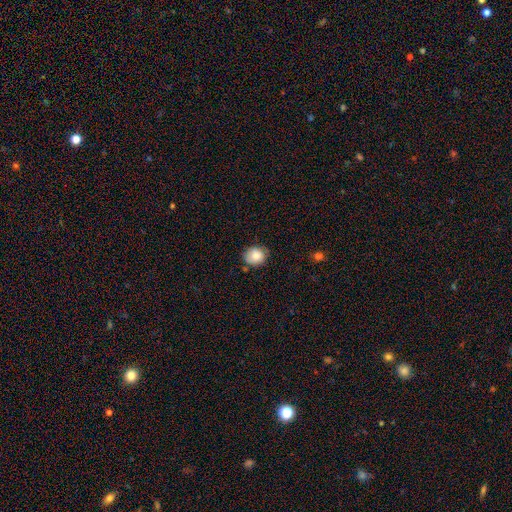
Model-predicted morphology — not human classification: Smooth or featured?
  - smooth: 83% *
  - featured or disk: 9%
  - star or artifact: 8%
How rounded?
  - round: 72% *
  - in between: 27%
  - cigar-shaped: 1%
Merging?
  - none: 73% *
  - minor disturbance: 20%
  - major disturbance: 4%
  - merger: 3%